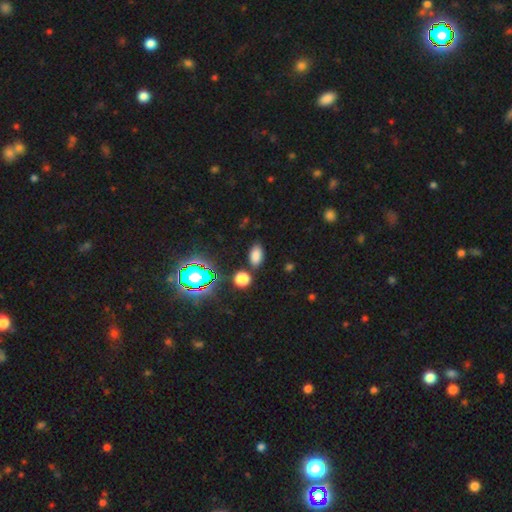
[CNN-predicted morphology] A smooth galaxy with no disk features (76%) that is in between round and cigar-shaped (89%). Merging: none (80%).